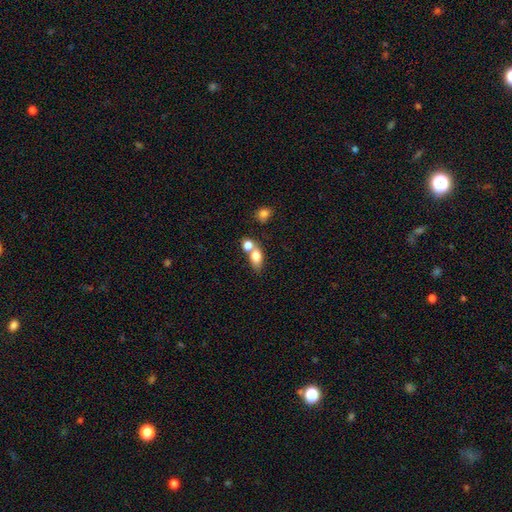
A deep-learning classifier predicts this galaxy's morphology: A smooth galaxy with no disk features (76%) that is in between round and cigar-shaped (74%). Merging: merger (46%).